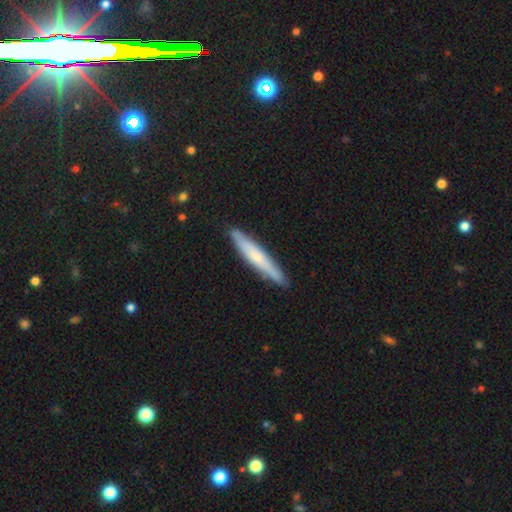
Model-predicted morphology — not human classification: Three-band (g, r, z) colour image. It shows a smooth galaxy with no disk features (56%) that is cigar-shaped (94%). Merging: none (88%).